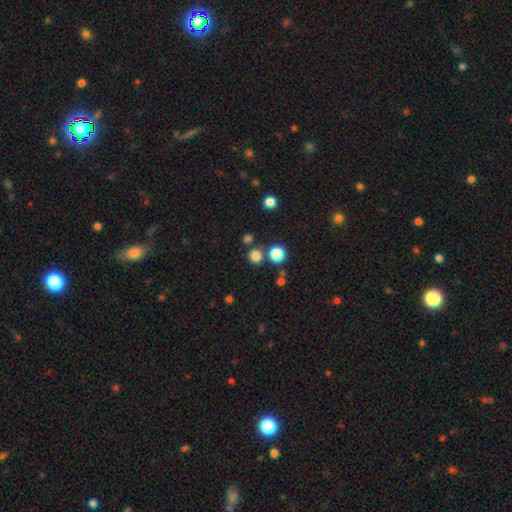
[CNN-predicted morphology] smooth_or_featured: smooth (p=0.79) [alt: star or artifact p=0.16]
how_rounded: round (p=0.92) [alt: in between p=0.07]
merging: none (p=0.77) [alt: merger p=0.13]